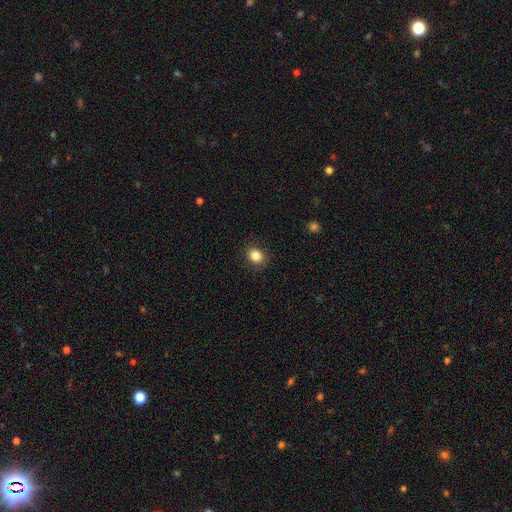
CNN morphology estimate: Smooth or featured?
  - smooth: 84% *
  - star or artifact: 10%
  - featured or disk: 5%
How rounded?
  - round: 68% *
  - in between: 31%
  - cigar-shaped: 1%
Merging?
  - none: 89% *
  - minor disturbance: 8%
  - major disturbance: 3%
  - merger: 1%